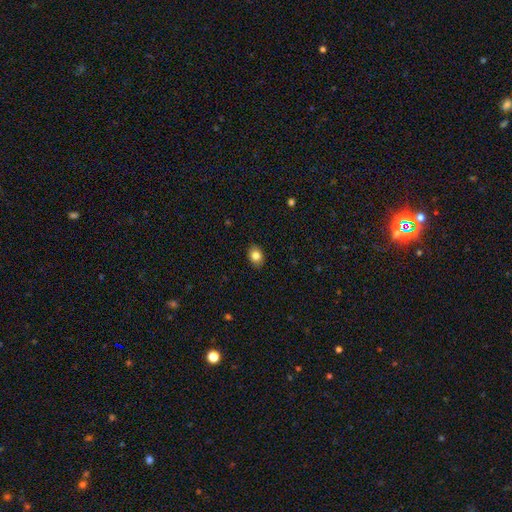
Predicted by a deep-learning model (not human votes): The model was most divided on "how rounded": in between: 64%, round: 35%, cigar-shaped: 1%. More confident: merging — none (88%); smooth or featured — smooth (82%).